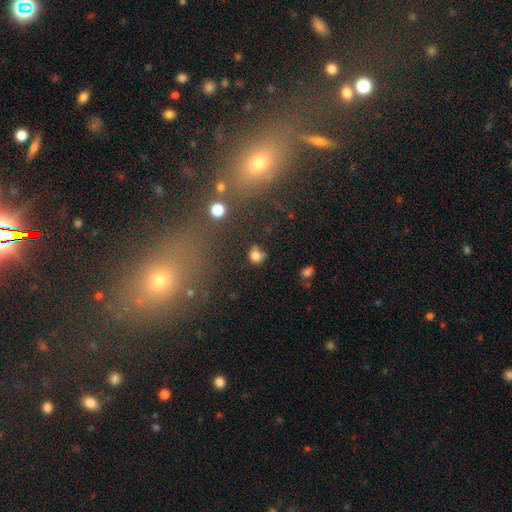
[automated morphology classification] This appears to be a smooth galaxy with no disk features (75%) that is round (72%). Merging: none (58%).